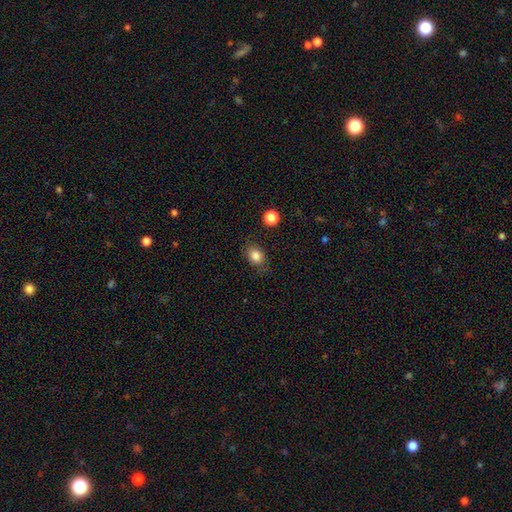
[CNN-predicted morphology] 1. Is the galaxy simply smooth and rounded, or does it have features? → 83% smooth, 10% star or artifact, 7% featured or disk.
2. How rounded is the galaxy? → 64% in between, 34% round, 1% cigar-shaped.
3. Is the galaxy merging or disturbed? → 78% none, 15% minor disturbance, 4% major disturbance, 2% merger.